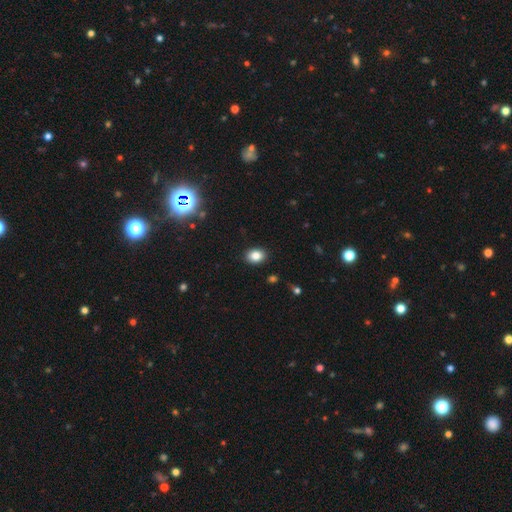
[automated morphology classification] smooth 84%, star or artifact 10%, featured or disk 7%. Down the decision tree: how rounded — in between (68%); merging — none (90%).